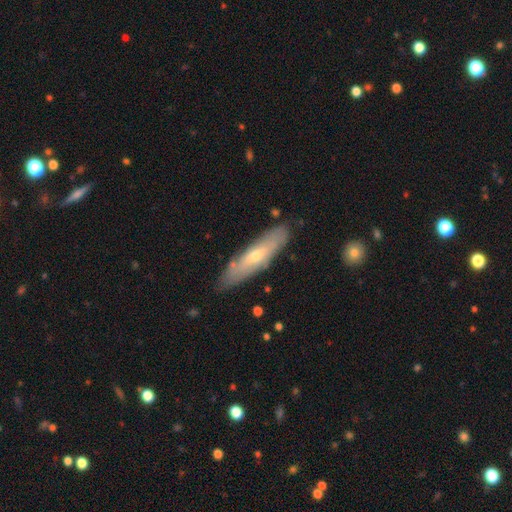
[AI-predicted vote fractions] Smooth or featured? featured or disk (56%)
Edge-on disk? yes (51%)
Merging? none (82%)